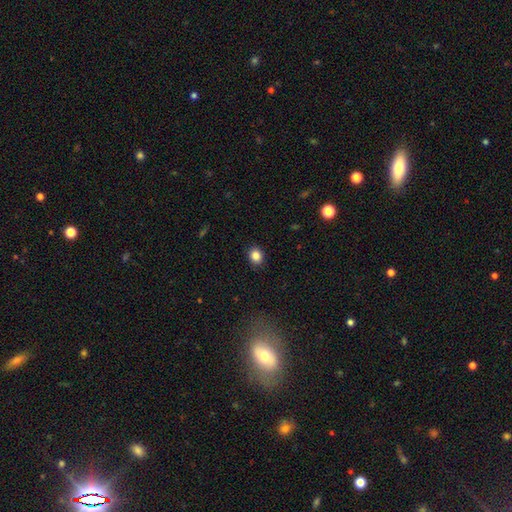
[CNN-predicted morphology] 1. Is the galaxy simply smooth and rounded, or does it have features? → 86% smooth, 10% star or artifact, 4% featured or disk.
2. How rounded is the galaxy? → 59% round, 40% in between, 1% cigar-shaped.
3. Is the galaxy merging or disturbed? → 90% none, 7% minor disturbance, 2% major disturbance, 1% merger.